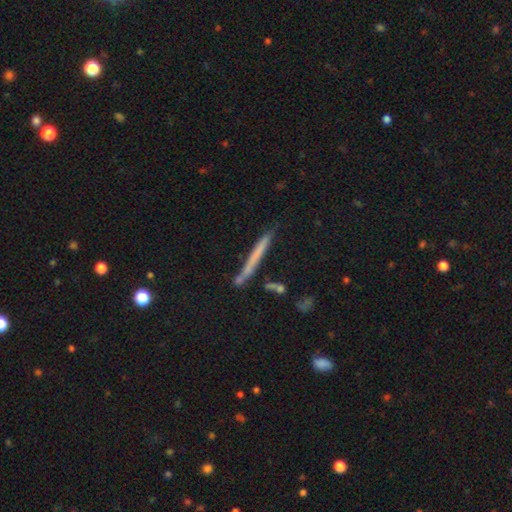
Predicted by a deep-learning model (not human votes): A smooth galaxy with no disk features (56%) that is cigar-shaped (96%).

Vote fractions:
- Smooth or featured? smooth: 56% / featured or disk: 35% / star or artifact: 8%
- How rounded? cigar-shaped: 96% / in between: 2% / round: 2%
- Merging? none: 78% / minor disturbance: 13% / merger: 6% / major disturbance: 3%